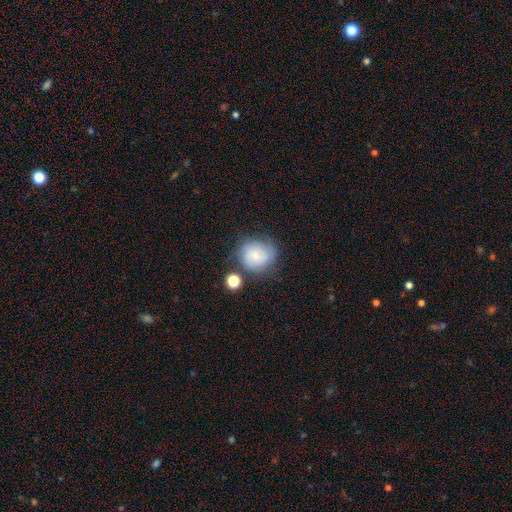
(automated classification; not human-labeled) This is likely a smooth galaxy (60%). How rounded: likely round (80%). Merging: possibly none (57%).